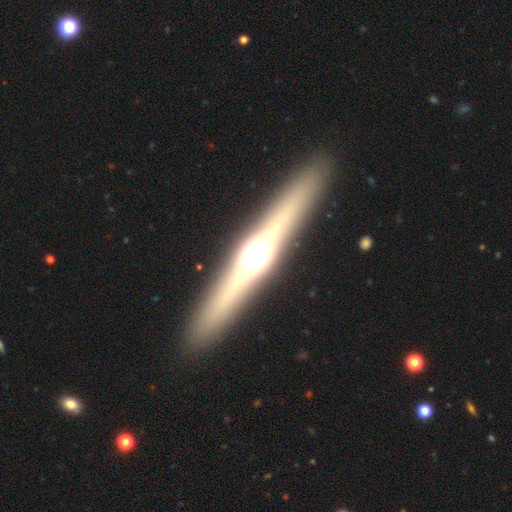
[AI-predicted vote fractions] Smooth or featured: featured or disk — 74% (smooth — 20%)
Edge-on disk: yes — 97% (no — 3%)
Edge-on bulge: rounded — 92% (boxy — 5%)
Merging: none — 91% (minor disturbance — 6%)